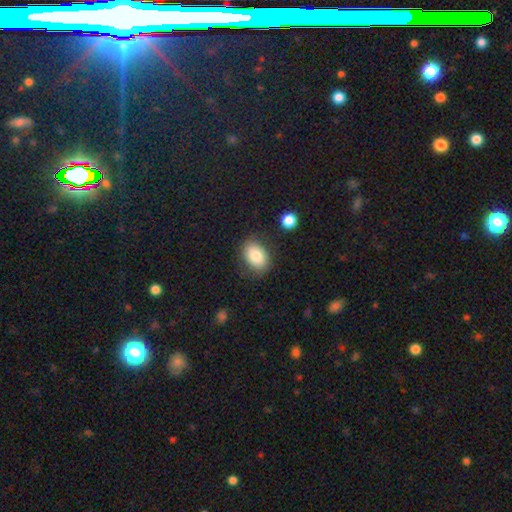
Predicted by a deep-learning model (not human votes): Smooth or featured? Predicted: smooth (p=0.82). How rounded? Predicted: in between (p=0.78). Merging? Predicted: none (p=0.81).